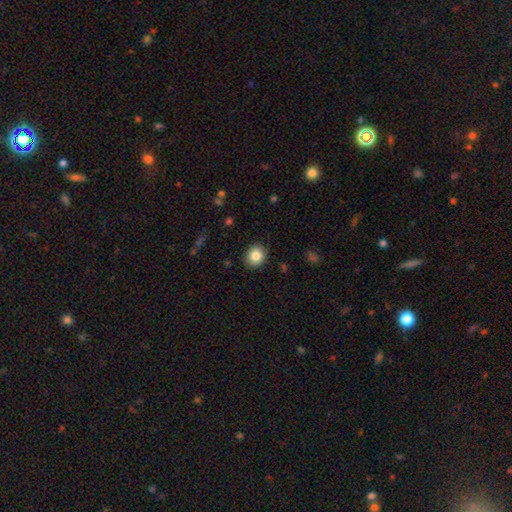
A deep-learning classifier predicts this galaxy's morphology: This appears to be a smooth galaxy with no disk features (85%) that is round (75%). Merging: none (90%).